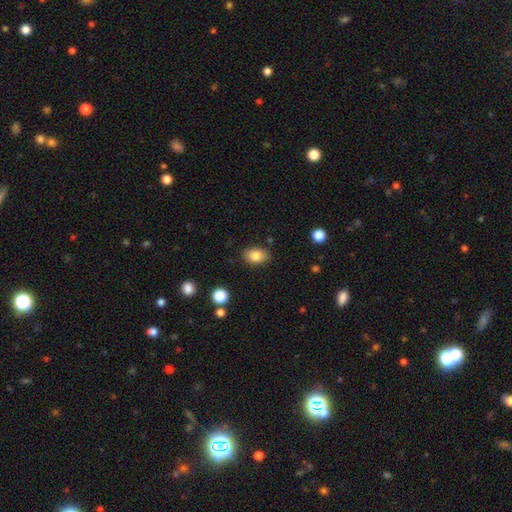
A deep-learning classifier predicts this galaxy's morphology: Overall: smooth (82%). How rounded: in between (77%). Merging: none (84%).